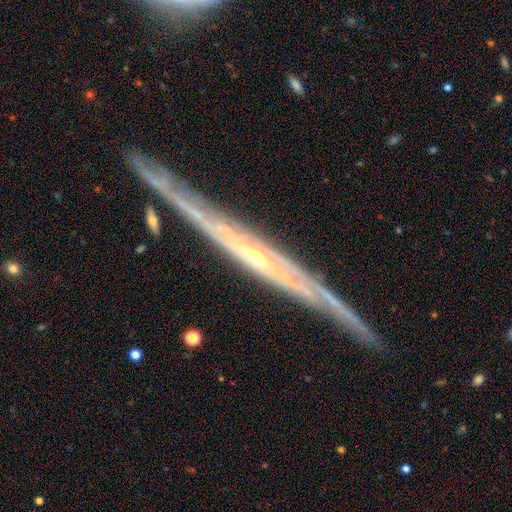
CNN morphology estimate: Smooth or featured? featured or disk (85%)
Edge-on disk? yes (93%)
Edge-on bulge? rounded (49%)
Merging? none (79%)